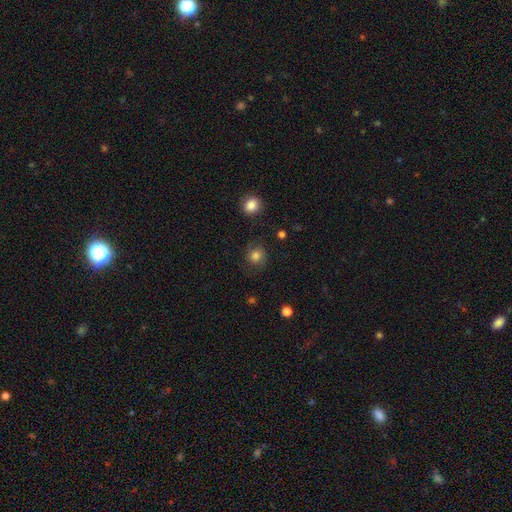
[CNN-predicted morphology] This appears to be a smooth galaxy with no disk features (79%) that is round (86%). Merging: none (79%).